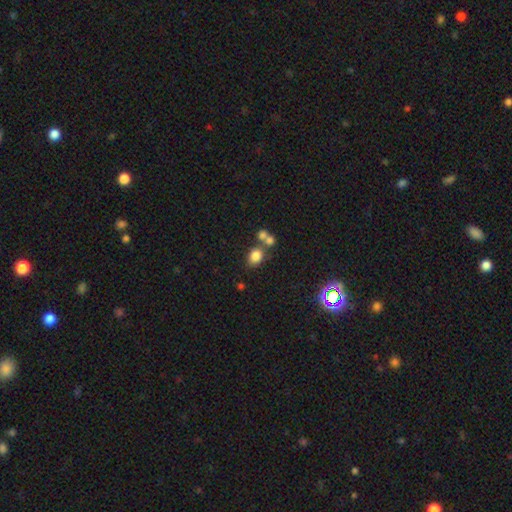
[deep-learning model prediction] smooth 79%, star or artifact 12%, featured or disk 9%. Down the decision tree: how rounded — in between (52%); merging — none (52%).